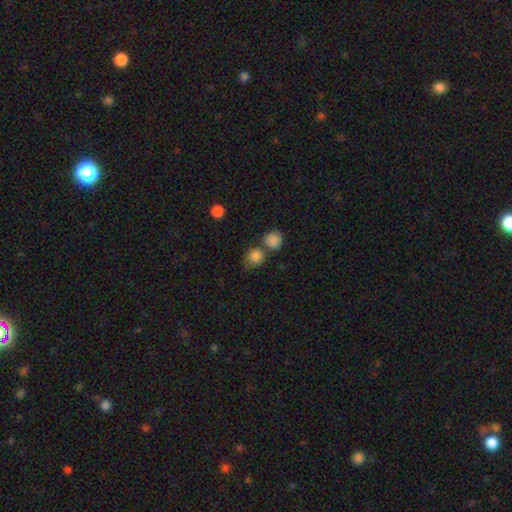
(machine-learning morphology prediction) smooth 84%, star or artifact 10%, featured or disk 5%. Down the decision tree: how rounded — round (82%); merging — none (52%).